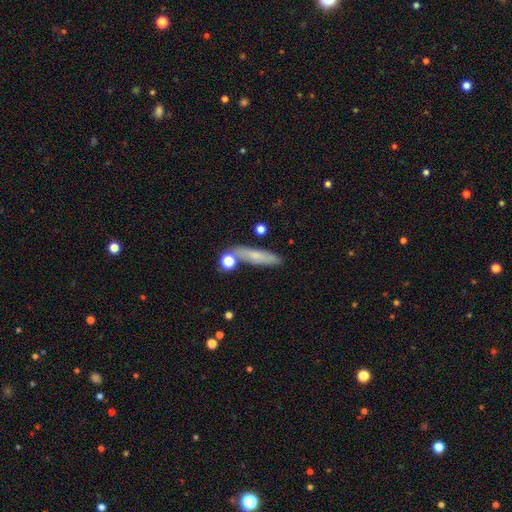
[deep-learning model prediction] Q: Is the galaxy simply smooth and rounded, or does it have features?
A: smooth — 68%.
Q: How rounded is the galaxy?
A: cigar-shaped — 75%.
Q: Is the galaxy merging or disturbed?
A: none — 74%.